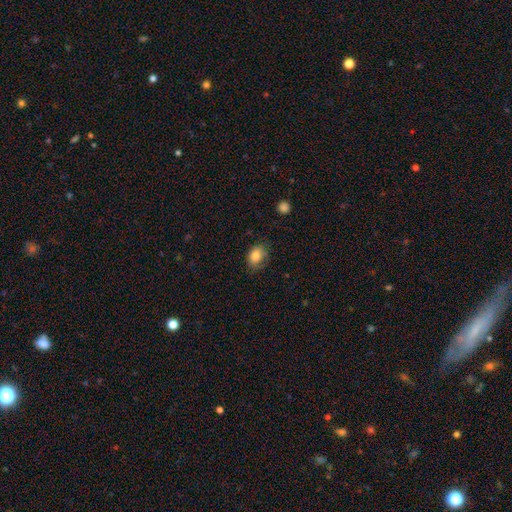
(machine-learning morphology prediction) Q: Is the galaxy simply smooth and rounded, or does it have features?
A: smooth — 83%.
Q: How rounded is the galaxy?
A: in between — 71%.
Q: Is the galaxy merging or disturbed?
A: none — 65%.